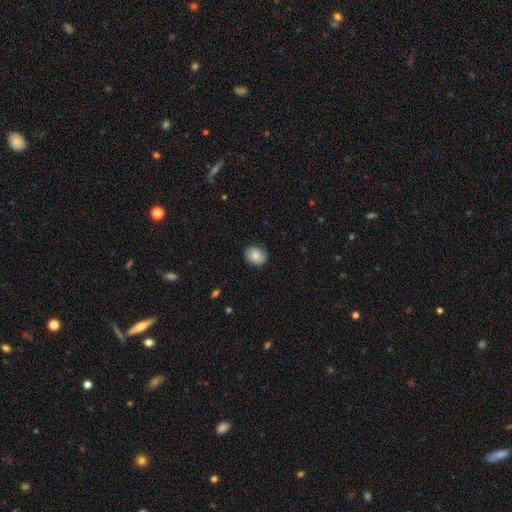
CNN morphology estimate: smooth_or_featured: smooth (p=0.86) [alt: star or artifact p=0.08]
how_rounded: round (p=0.51) [alt: in between p=0.48]
merging: none (p=0.88) [alt: minor disturbance p=0.09]